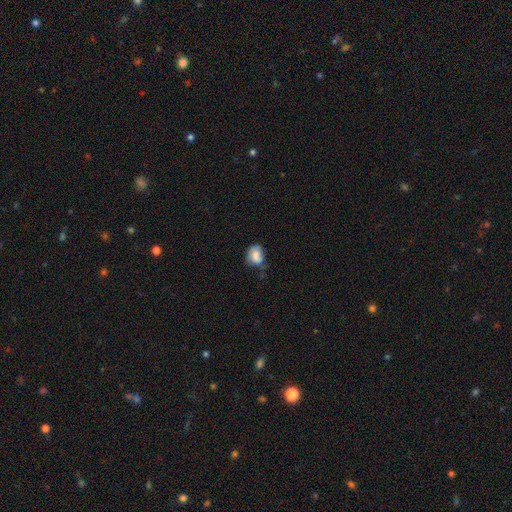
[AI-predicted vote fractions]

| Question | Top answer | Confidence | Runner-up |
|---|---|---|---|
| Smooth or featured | smooth | 79% | featured or disk (12%) |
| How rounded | in between | 66% | round (33%) |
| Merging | none | 43% | minor disturbance (38%) |